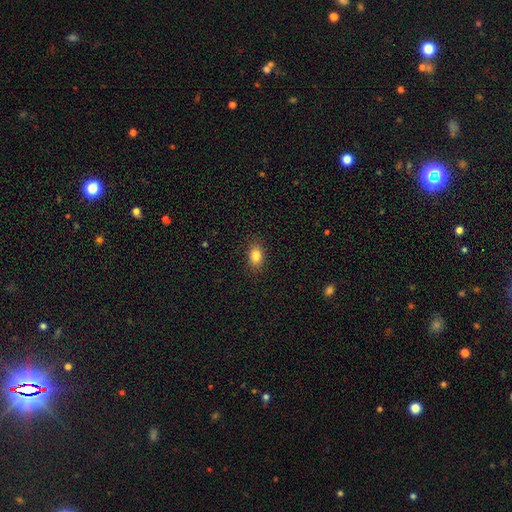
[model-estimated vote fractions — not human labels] A smooth galaxy with no disk features (83%) that is in between round and cigar-shaped (79%). Merging: none (88%).